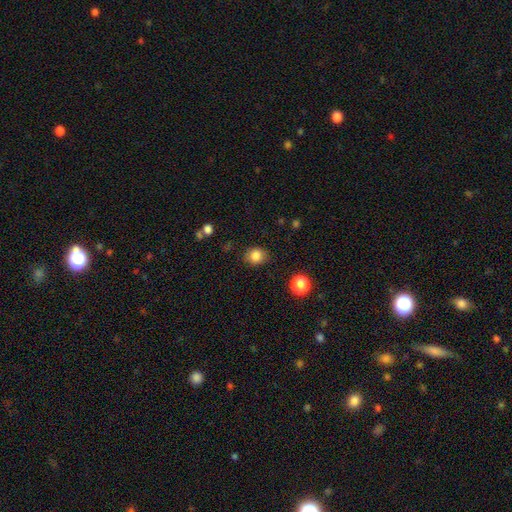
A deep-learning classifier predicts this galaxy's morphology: Smooth or featured? smooth (84%)
How rounded? round (71%)
Merging? none (82%)